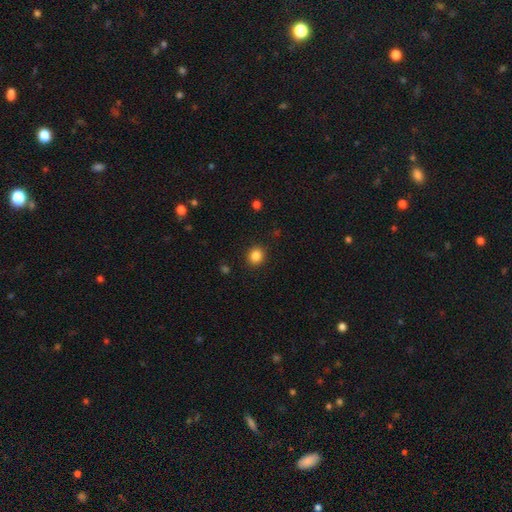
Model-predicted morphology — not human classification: This appears to be a smooth galaxy with no disk features (85%) that is round (77%). Merging: none (90%).